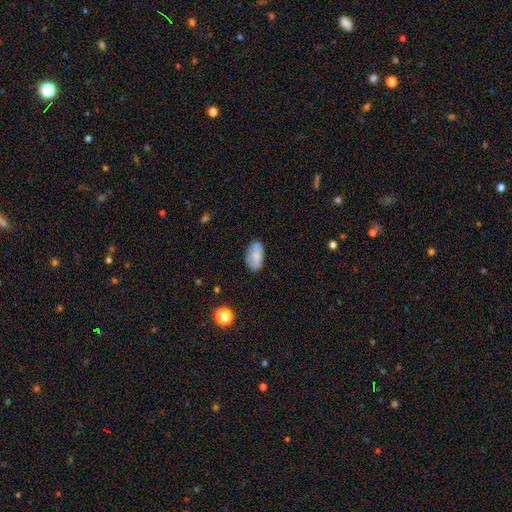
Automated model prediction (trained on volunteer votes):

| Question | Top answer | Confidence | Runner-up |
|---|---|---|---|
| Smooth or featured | smooth | 80% | featured or disk (13%) |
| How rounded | in between | 93% | round (4%) |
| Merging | none | 77% | minor disturbance (18%) |